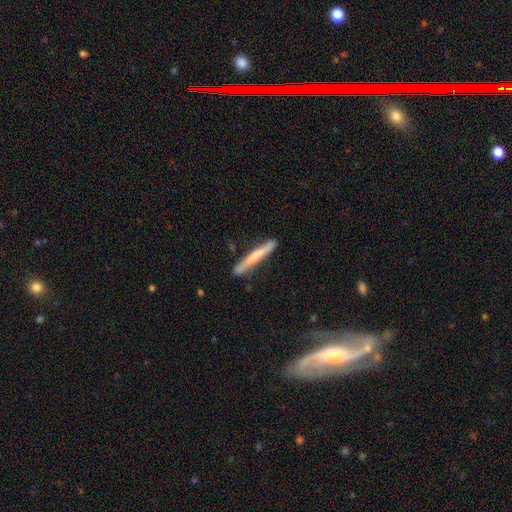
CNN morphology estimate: smooth_or_featured: smooth (p=0.57) [alt: featured or disk p=0.37]
how_rounded: cigar-shaped (p=0.96) [alt: in between p=0.03]
merging: none (p=0.85) [alt: minor disturbance p=0.11]